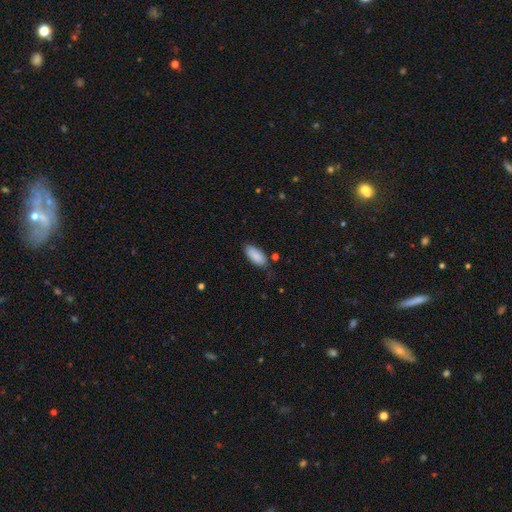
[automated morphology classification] Smooth or featured?
  - smooth: 88% *
  - star or artifact: 6%
  - featured or disk: 5%
How rounded?
  - in between: 89% *
  - cigar-shaped: 9%
  - round: 2%
Merging?
  - none: 76% *
  - minor disturbance: 17%
  - major disturbance: 3%
  - merger: 3%